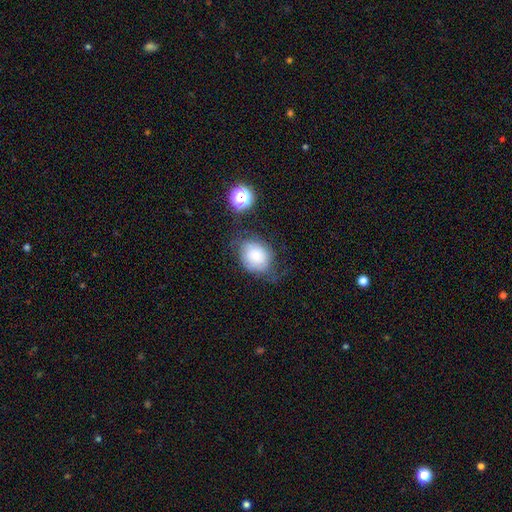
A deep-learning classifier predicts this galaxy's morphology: smooth_or_featured: smooth (p=0.64) [alt: featured or disk p=0.25]
how_rounded: in between (p=0.51) [alt: round p=0.48]
merging: none (p=0.49) [alt: minor disturbance p=0.30]